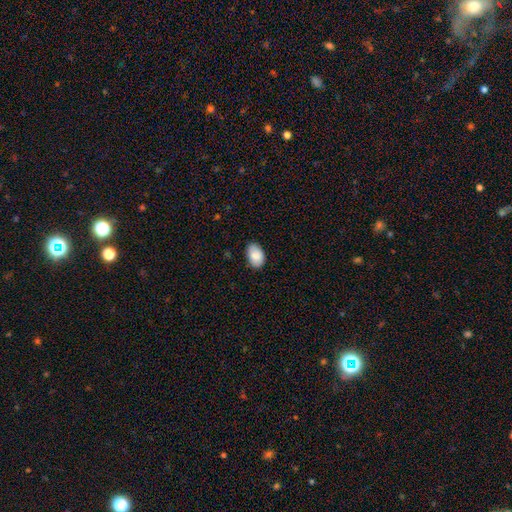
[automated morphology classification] This is clearly a smooth galaxy (87%). How rounded: clearly in between (90%). Merging: clearly none (80%).